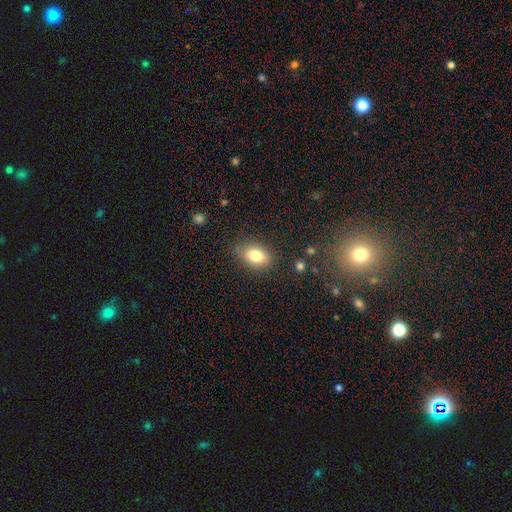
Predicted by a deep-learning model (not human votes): This appears to be a smooth galaxy with no disk features (81%) that is in between round and cigar-shaped (83%). Merging: none (80%).